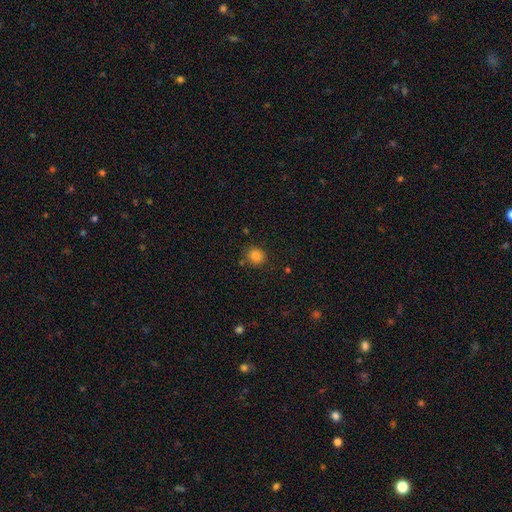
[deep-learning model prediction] smooth 84%, star or artifact 11%, featured or disk 4%. Down the decision tree: how rounded — round (77%); merging — none (82%).